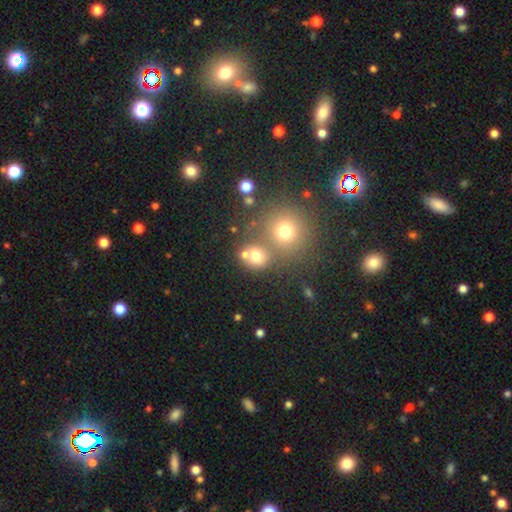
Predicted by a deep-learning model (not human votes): Smooth or featured: smooth — 71% (star or artifact — 18%)
How rounded: round — 79% (in between — 20%)
Merging: none — 52% (merger — 34%)